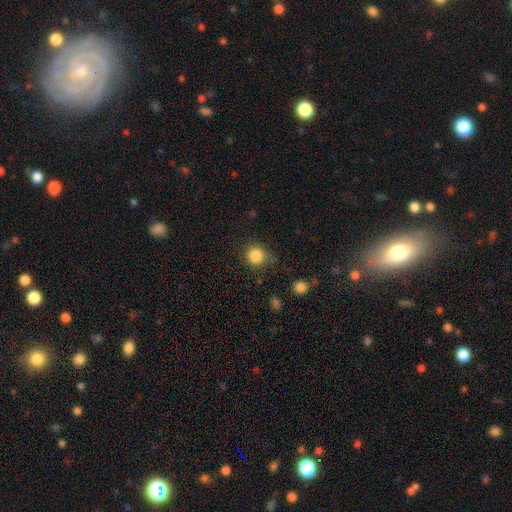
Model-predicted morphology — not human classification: Smooth or featured? smooth (85%)
How rounded? round (88%)
Merging? none (72%)